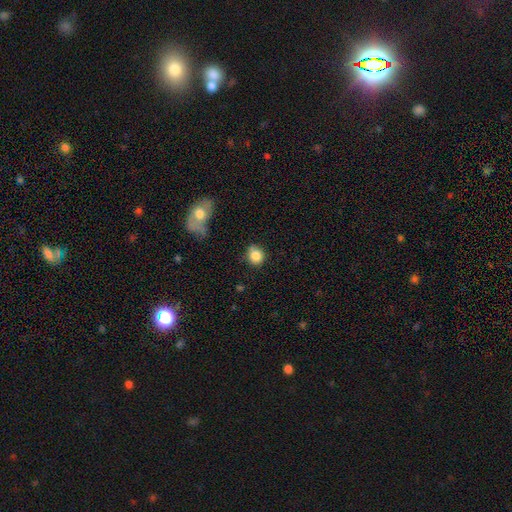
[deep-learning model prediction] smooth 84%, star or artifact 9%, featured or disk 6%. Down the decision tree: how rounded — round (79%); merging — none (75%).